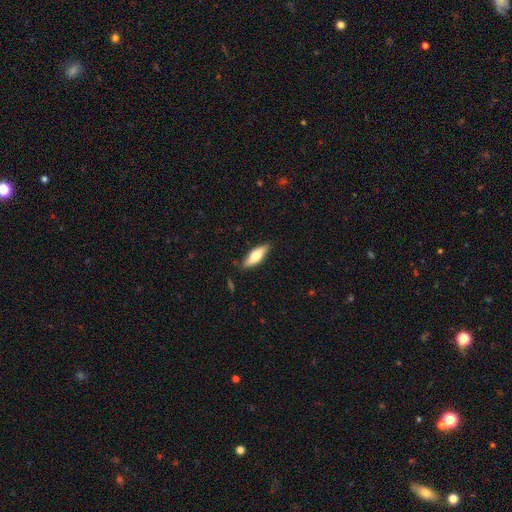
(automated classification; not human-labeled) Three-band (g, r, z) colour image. It shows a smooth galaxy with no disk features (65%) that is in between round and cigar-shaped (60%). Merging: none (84%).